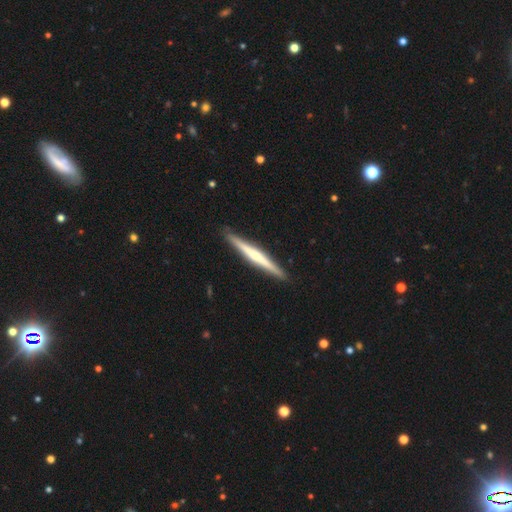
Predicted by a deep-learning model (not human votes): Smooth or featured: featured or disk — 67% (smooth — 28%)
Edge-on disk: yes — 98% (no — 2%)
Edge-on bulge: rounded — 68% (none — 26%)
Merging: none — 91% (minor disturbance — 6%)